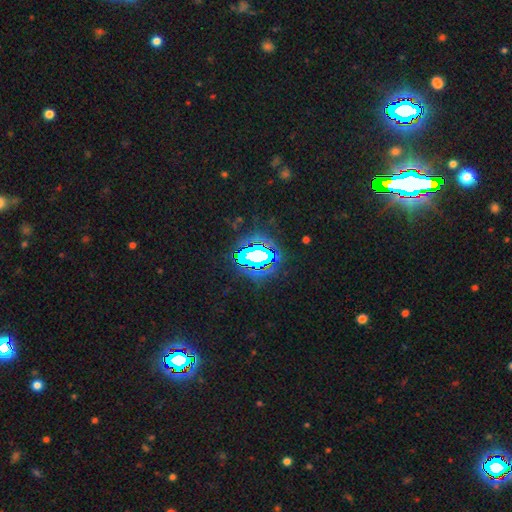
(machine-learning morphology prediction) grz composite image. It shows a star or artifact, not a galaxy (67%).